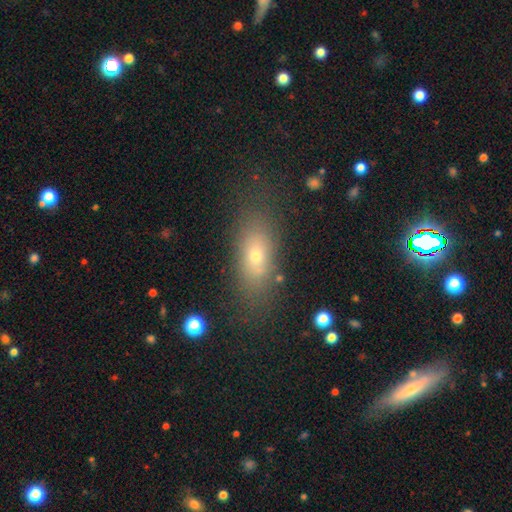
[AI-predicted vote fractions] smooth-or-featured: smooth: 66% | featured or disk: 20% | star or artifact: 14%
  how-rounded: in between: 72% | cigar-shaped: 17% | round: 12%
  merging: none: 73% | minor disturbance: 15% | major disturbance: 8% | merger: 4%